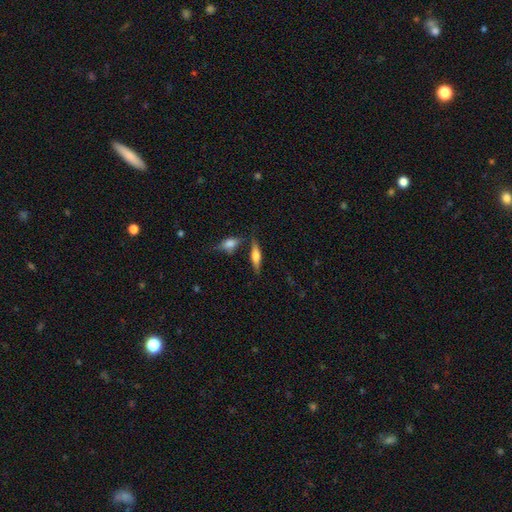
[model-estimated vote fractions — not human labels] The model was most divided on "smooth or featured": smooth: 49%, featured or disk: 44%, star or artifact: 7%. More confident: merging — none (72%).